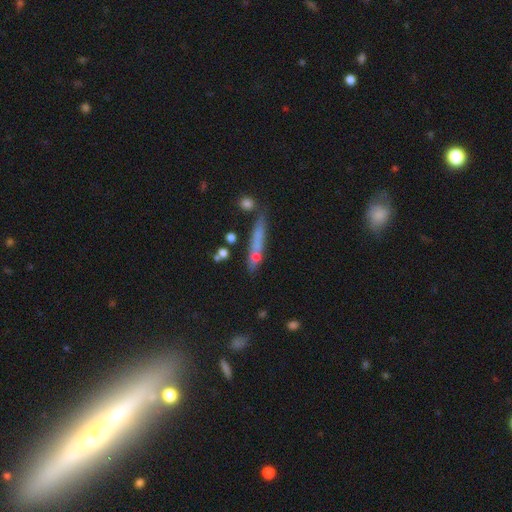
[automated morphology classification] This is likely a smooth galaxy (61%). How rounded: clearly cigar-shaped (88%). Merging: likely none (63%).